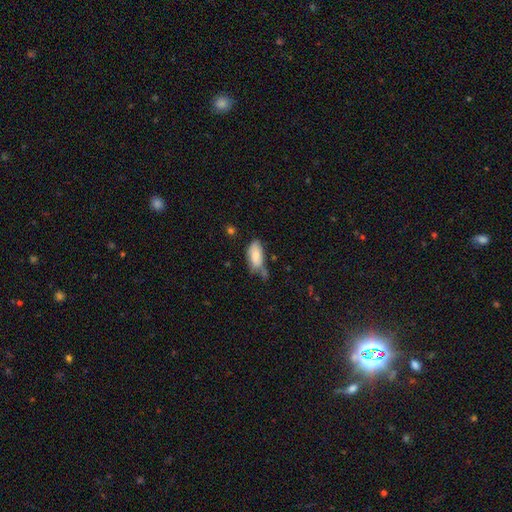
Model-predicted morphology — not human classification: A smooth galaxy with no disk features (79%) that is in between round and cigar-shaped (91%).

Vote fractions:
- Smooth or featured? smooth: 79% / featured or disk: 14% / star or artifact: 7%
- How rounded? in between: 91% / cigar-shaped: 7% / round: 2%
- Merging? none: 48% / minor disturbance: 32% / merger: 11% / major disturbance: 9%